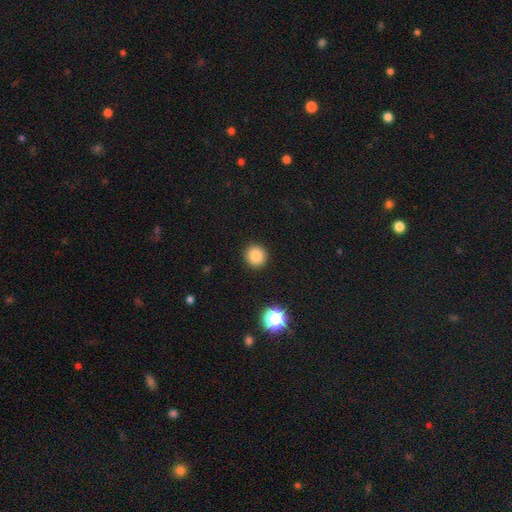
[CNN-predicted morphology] smooth_or_featured: smooth (p=0.83) [alt: star or artifact p=0.12]
how_rounded: round (p=0.94) [alt: in between p=0.05]
merging: none (p=0.92) [alt: minor disturbance p=0.05]